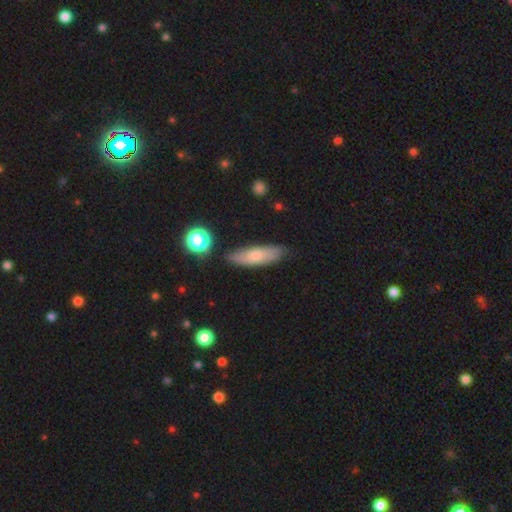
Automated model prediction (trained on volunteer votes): Q: Smooth or featured?
A: smooth (70%); runner-up: featured or disk (23%)
Q: How rounded?
A: cigar-shaped (52%); runner-up: in between (45%)
Q: Merging?
A: none (80%); runner-up: minor disturbance (15%)